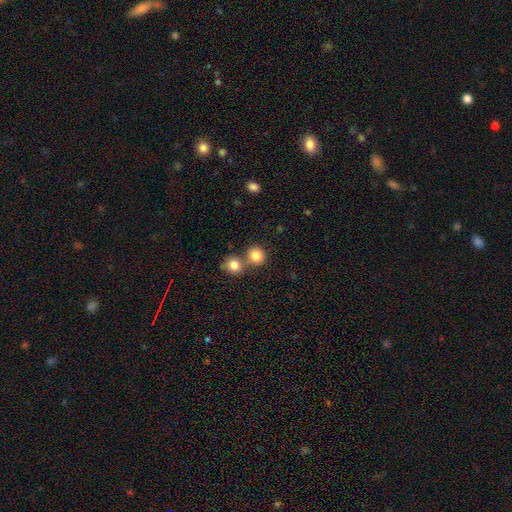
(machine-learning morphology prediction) A smooth galaxy with no disk features (84%) that is round (85%). Merging: none (58%).